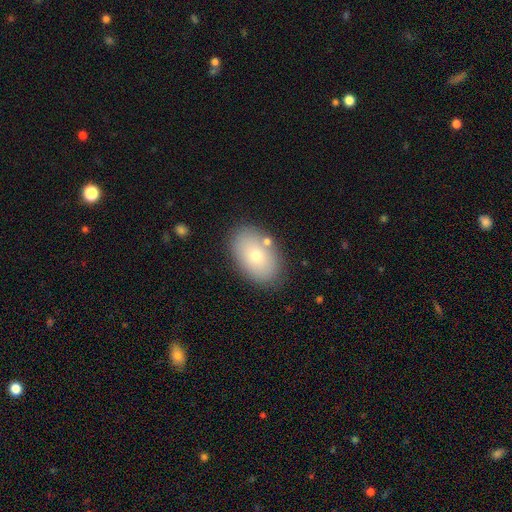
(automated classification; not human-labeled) smooth-or-featured: smooth: 71% | featured or disk: 20% | star or artifact: 9%
  how-rounded: in between: 88% | round: 11% | cigar-shaped: 1%
  merging: none: 81% | minor disturbance: 11% | merger: 4% | major disturbance: 3%